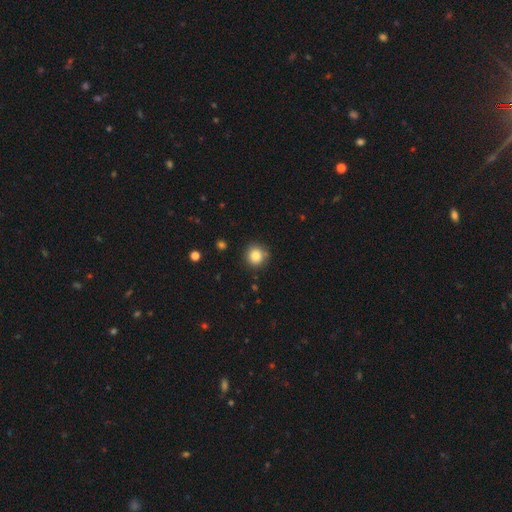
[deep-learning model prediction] This is clearly a smooth galaxy (84%). How rounded: clearly round (92%). Merging: clearly none (85%).